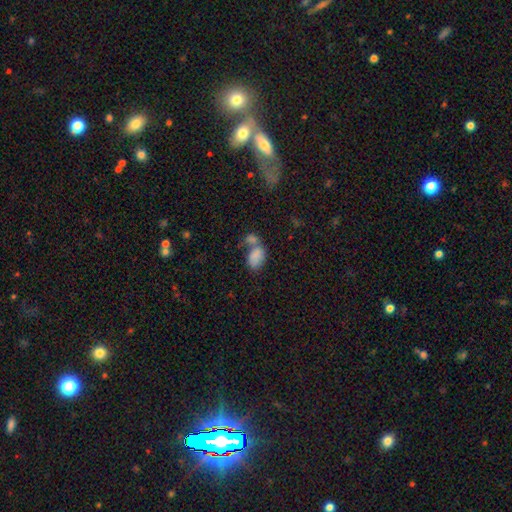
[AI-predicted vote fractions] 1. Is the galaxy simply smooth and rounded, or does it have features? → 80% smooth, 10% featured or disk, 9% star or artifact.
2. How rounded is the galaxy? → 90% in between, 9% round, 2% cigar-shaped.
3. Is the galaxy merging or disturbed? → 54% merger, 25% none, 12% minor disturbance, 9% major disturbance.